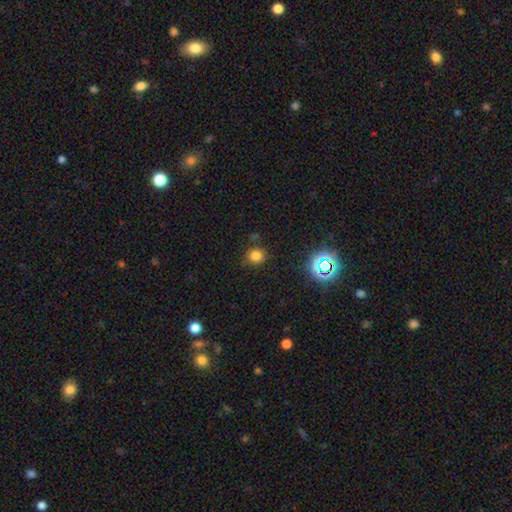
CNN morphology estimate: Smooth or featured? smooth (77%)
How rounded? round (83%)
Merging? none (81%)